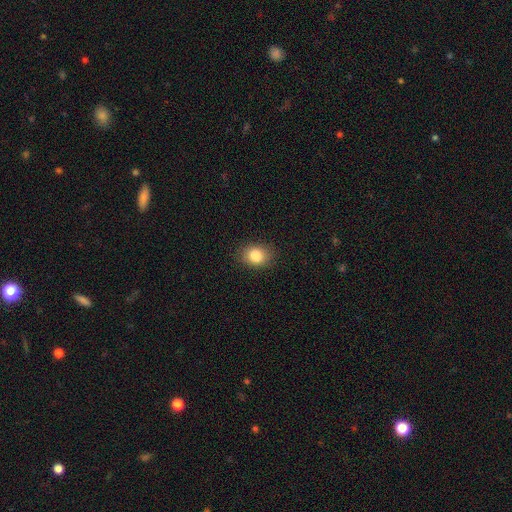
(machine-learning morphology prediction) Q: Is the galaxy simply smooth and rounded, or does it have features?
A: smooth — 83%.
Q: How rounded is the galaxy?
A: in between — 53%.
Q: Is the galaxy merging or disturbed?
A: none — 87%.